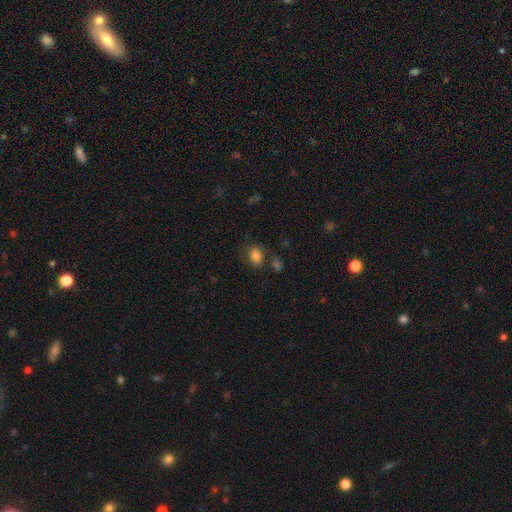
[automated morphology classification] smooth_or_featured: smooth (p=0.81) [alt: star or artifact p=0.11]
how_rounded: in between (p=0.63) [alt: round p=0.36]
merging: none (p=0.69) [alt: minor disturbance p=0.16]